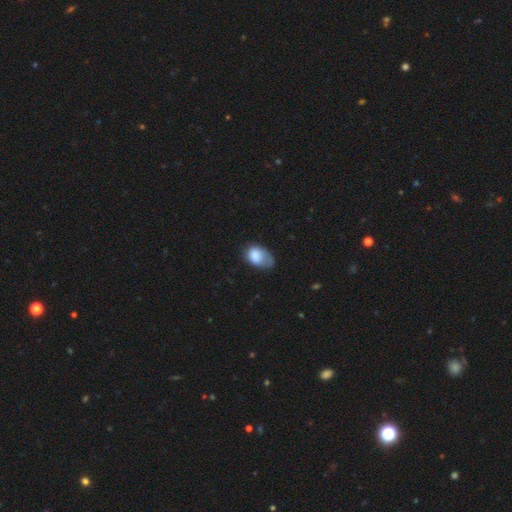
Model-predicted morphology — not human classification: smooth_or_featured: smooth (p=0.80) [alt: featured or disk p=0.13]
how_rounded: in between (p=0.85) [alt: round p=0.14]
merging: minor disturbance (p=0.41) [alt: none p=0.34]